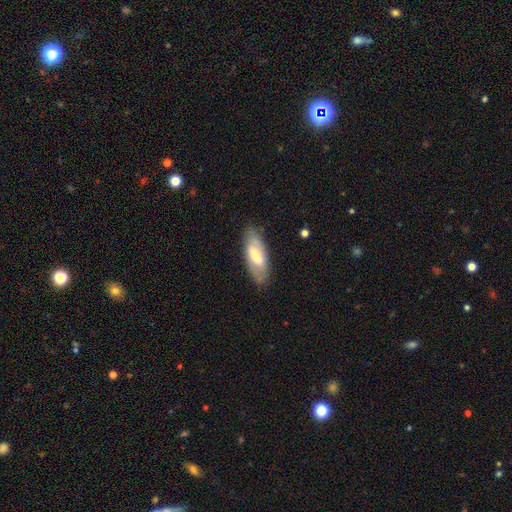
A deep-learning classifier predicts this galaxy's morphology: type=smooth (48%); merging=none (82%).